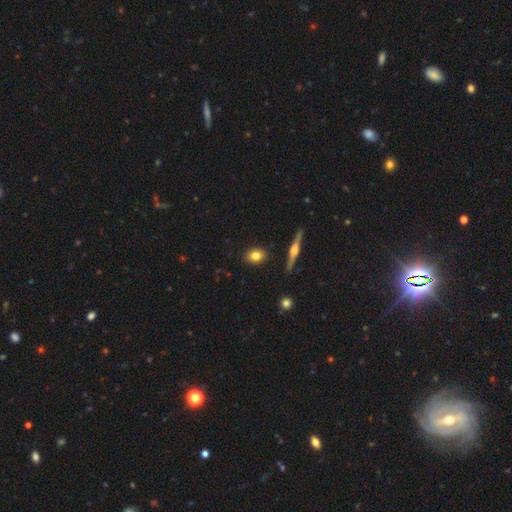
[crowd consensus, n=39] A smooth galaxy with no disk features (85%) that is in between round and cigar-shaped (64%).

Vote fractions:
- Smooth or featured? smooth: 85% / featured or disk: 10% / star or artifact: 5%
- How rounded? in between: 64% / round: 33% / cigar-shaped: 3%
- Merging? none: 92% / minor disturbance: 5% / merger: 3% / major disturbance: 0%